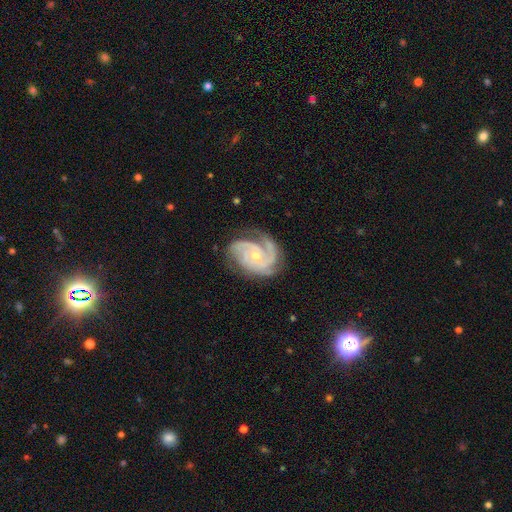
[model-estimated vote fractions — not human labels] This is clearly a featured or disk galaxy (92%). It is clearly not viewed edge-on (98%). Bar: likely no (72%). Spiral arm pattern: clearly yes (98%). Spiral arm count: possibly 3 (56%). Spiral winding: likely tight (62%). Central bulge: likely small (63%). Merging: likely none (70%).